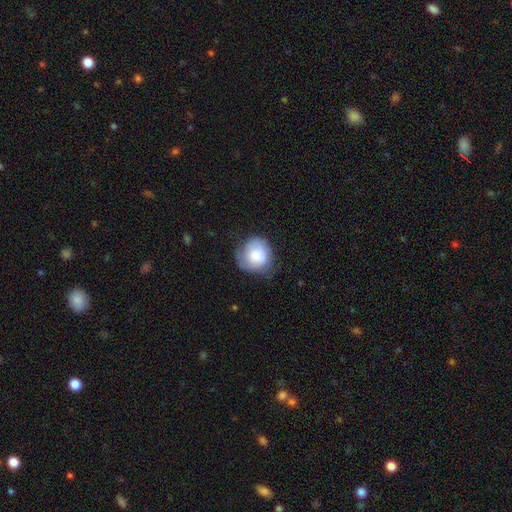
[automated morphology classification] Smooth or featured?
  - smooth: 64% *
  - featured or disk: 29%
  - star or artifact: 7%
How rounded?
  - round: 80% *
  - in between: 19%
  - cigar-shaped: 1%
Merging?
  - none: 51% *
  - minor disturbance: 34%
  - major disturbance: 13%
  - merger: 2%